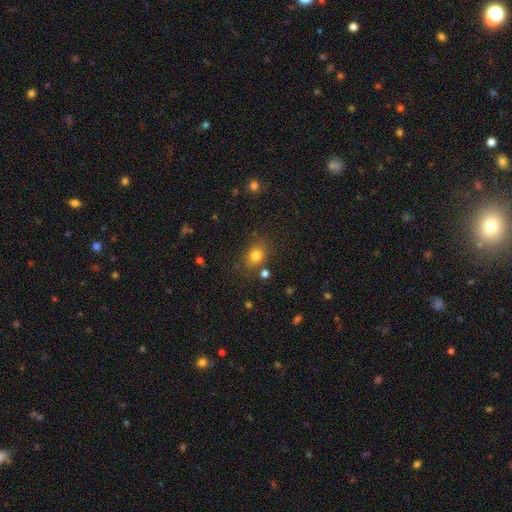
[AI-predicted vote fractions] This appears to be a smooth galaxy with no disk features (79%) that is round (51%). Merging: none (75%).